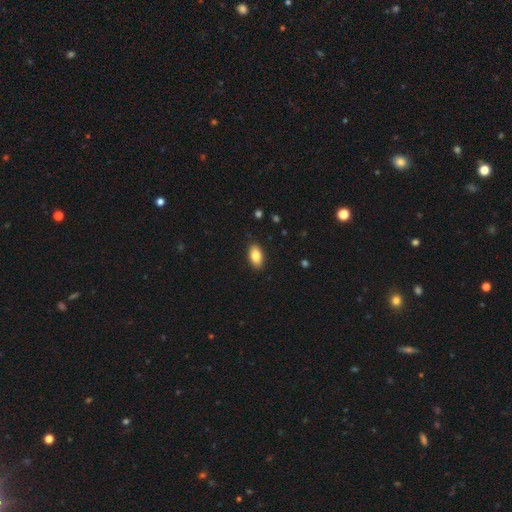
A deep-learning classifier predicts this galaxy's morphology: Smooth or featured? Predicted: smooth (p=0.84). How rounded? Predicted: in between (p=0.92). Merging? Predicted: none (p=0.89).